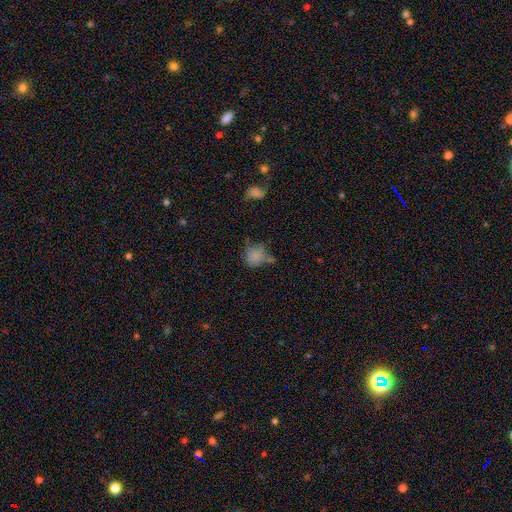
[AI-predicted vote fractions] smooth_or_featured: smooth (p=0.77) [alt: star or artifact p=0.11]
how_rounded: round (p=0.74) [alt: in between p=0.25]
merging: none (p=0.46) [alt: minor disturbance p=0.26]